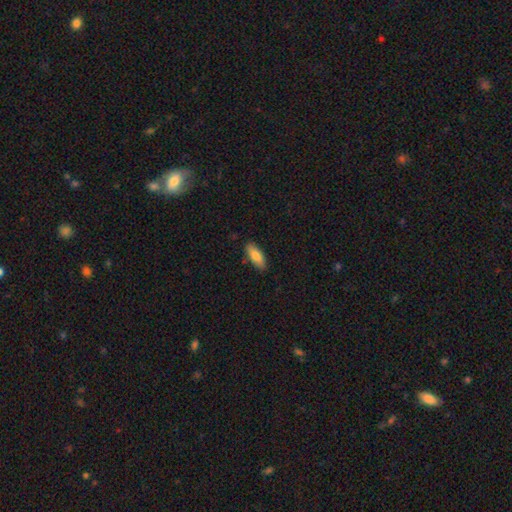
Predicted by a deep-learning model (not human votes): Smooth or featured: smooth — 82% (featured or disk — 12%)
How rounded: in between — 74% (cigar-shaped — 24%)
Merging: none — 86% (minor disturbance — 11%)